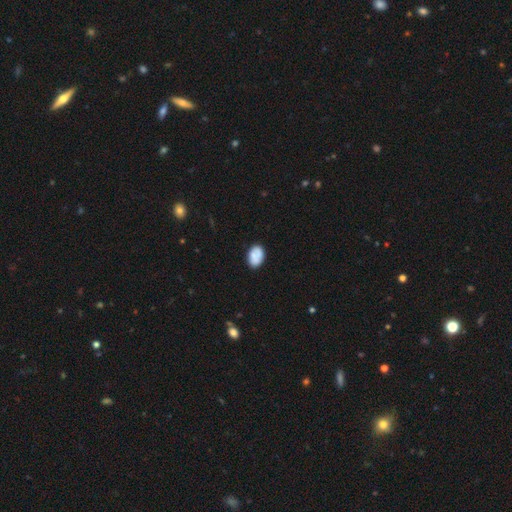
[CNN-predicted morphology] Smooth or featured?
  - smooth: 82% *
  - featured or disk: 11%
  - star or artifact: 7%
How rounded?
  - in between: 89% *
  - round: 10%
  - cigar-shaped: 1%
Merging?
  - none: 79% *
  - minor disturbance: 15%
  - major disturbance: 3%
  - merger: 3%